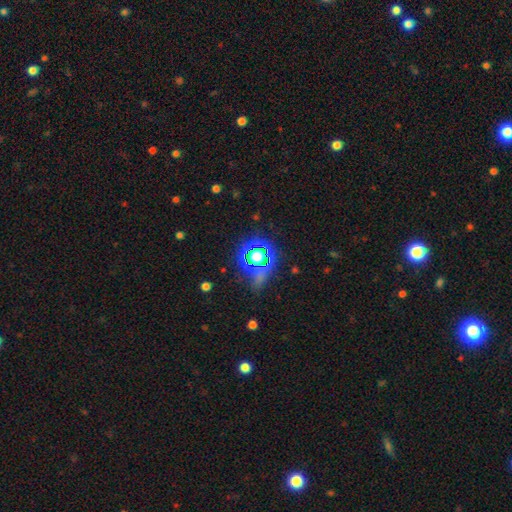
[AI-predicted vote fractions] The model was most divided on "smooth or featured": star or artifact: 55%, smooth: 34%, featured or disk: 11%.